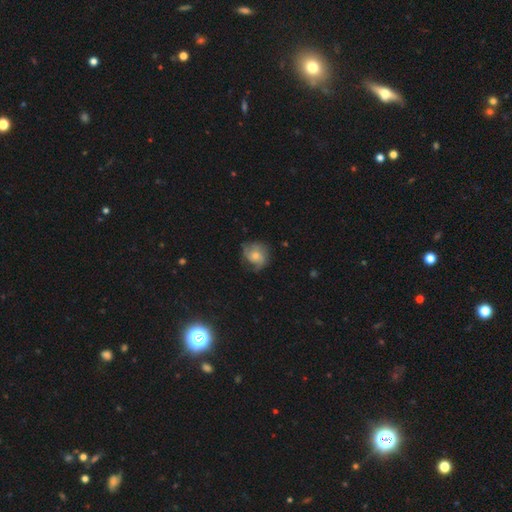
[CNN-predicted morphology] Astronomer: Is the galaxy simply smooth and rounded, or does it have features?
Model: featured or disk — 49% (runner-up: smooth, 42%).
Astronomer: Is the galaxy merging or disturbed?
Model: none — 60%.